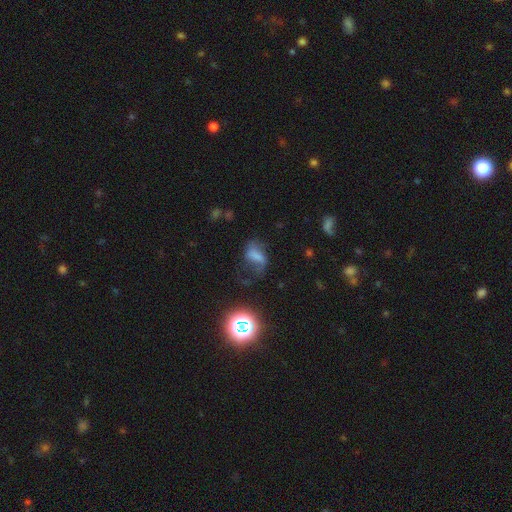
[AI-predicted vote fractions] smooth 48%, featured or disk 32%, star or artifact 20%. Down the decision tree: merging — none (38%).